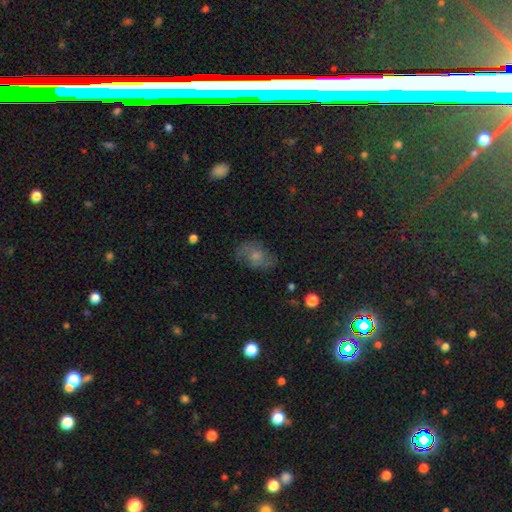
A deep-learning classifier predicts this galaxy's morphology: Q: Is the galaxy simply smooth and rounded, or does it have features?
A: smooth — 47%.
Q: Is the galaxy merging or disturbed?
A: none — 68%.